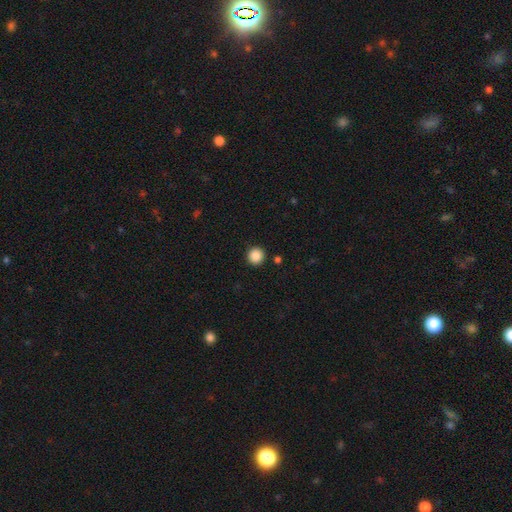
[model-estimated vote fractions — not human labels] This appears to be a smooth galaxy with no disk features (87%) that is round (95%). Merging: none (92%).